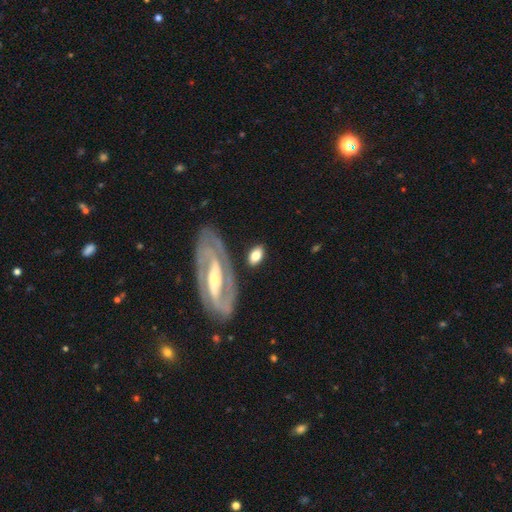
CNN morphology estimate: A smooth galaxy with no disk features (60%) that is in between round and cigar-shaped (87%).

Vote fractions:
- Smooth or featured? smooth: 60% / featured or disk: 34% / star or artifact: 5%
- How rounded? in between: 87% / round: 9% / cigar-shaped: 4%
- Merging? none: 76% / minor disturbance: 13% / merger: 6% / major disturbance: 5%